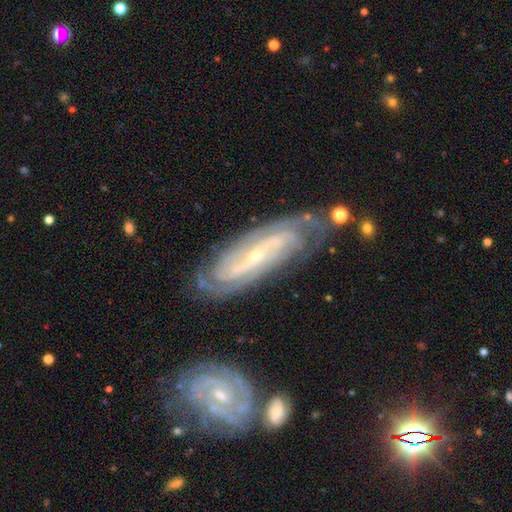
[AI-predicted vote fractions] A featured or disk galaxy (87%) with a strong bar (38%), 2 (43%) tight (63%) spiral arms (97%) and a small central bulge (78%).

Vote fractions:
- Smooth or featured? featured or disk: 87% / smooth: 7% / star or artifact: 6%
- Edge-on disk? no: 89% / yes: 11%
- Bar? strong: 38% / weak: 34% / no: 28%
- Spiral arms? yes: 97% / no: 3%
- Spiral winding? tight: 63% / medium: 29% / loose: 7%
- Spiral arm count? 2: 43% / can't tell: 23% / 3: 15% / 4: 9% / more than 4: 5% / 1: 4%
- Bulge size? small: 78% / moderate: 19% / none: 2% / large: 1% / dominant: 1%
- Merging? none: 74% / minor disturbance: 16% / merger: 5% / major disturbance: 5%